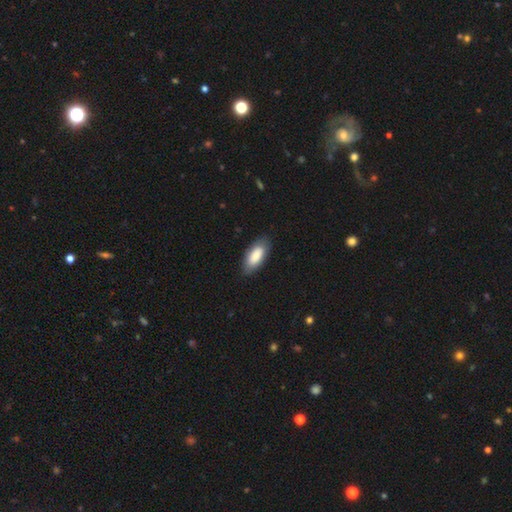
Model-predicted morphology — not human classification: smooth-or-featured: smooth: 84% | featured or disk: 11% | star or artifact: 6%
  how-rounded: in between: 86% | cigar-shaped: 12% | round: 2%
  merging: none: 83% | minor disturbance: 13% | major disturbance: 3% | merger: 1%